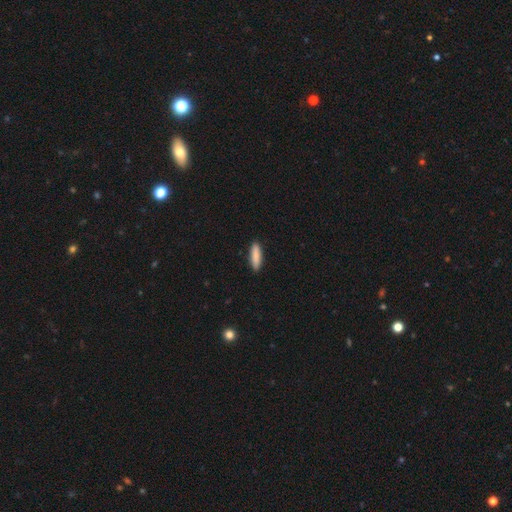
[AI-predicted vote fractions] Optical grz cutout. It shows a smooth galaxy with no disk features (88%) that is cigar-shaped (69%). Merging: none (91%).